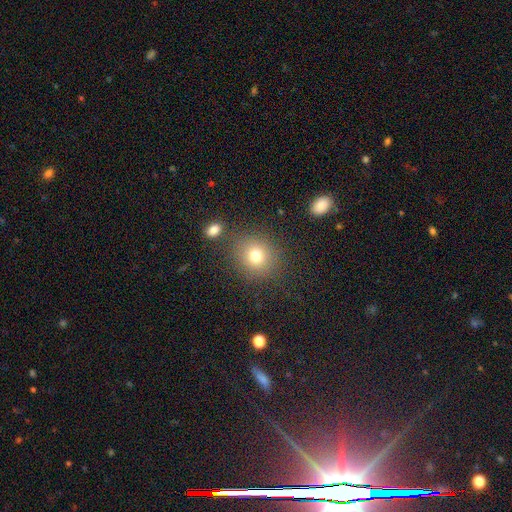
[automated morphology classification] smooth_or_featured: smooth (p=0.76) [alt: star or artifact p=0.14]
how_rounded: round (p=0.79) [alt: in between p=0.20]
merging: none (p=0.82) [alt: minor disturbance p=0.09]